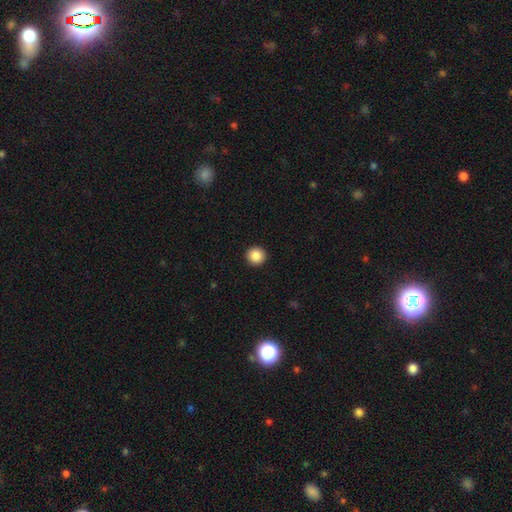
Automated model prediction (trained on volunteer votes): The model was most divided on "smooth or featured": smooth: 87%, star or artifact: 9%, featured or disk: 4%. More confident: how rounded — round (96%); merging — none (94%).